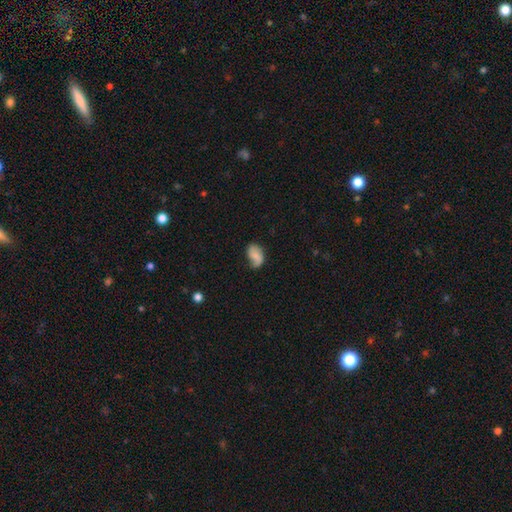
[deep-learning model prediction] This is possibly a smooth galaxy (57%). How rounded: clearly in between (89%). Merging: possibly none (50%).